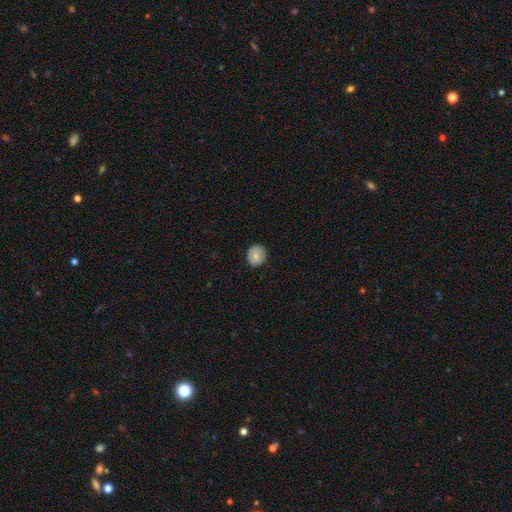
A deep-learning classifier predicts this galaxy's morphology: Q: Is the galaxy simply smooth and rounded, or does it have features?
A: smooth — 78%.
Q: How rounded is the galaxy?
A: round — 67%.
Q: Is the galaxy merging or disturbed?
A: none — 85%.